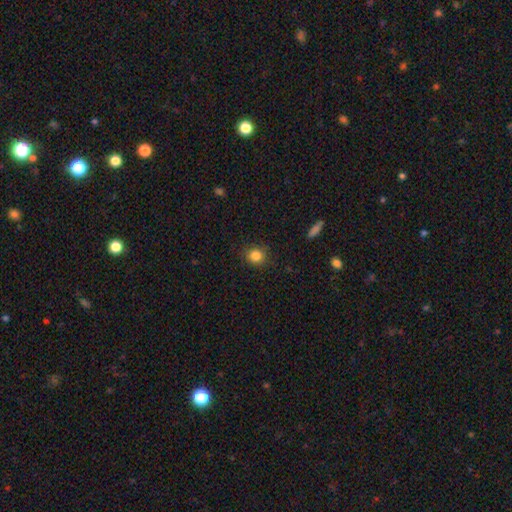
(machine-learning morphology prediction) This appears to be a smooth galaxy with no disk features (84%) that is round (83%). Merging: none (86%).